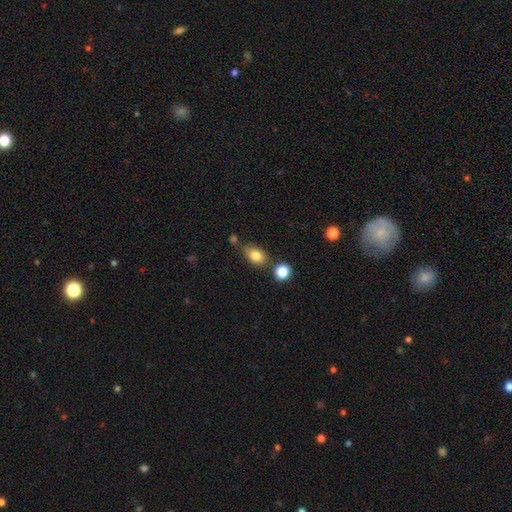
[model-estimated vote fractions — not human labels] smooth_or_featured: smooth (p=0.82) [alt: star or artifact p=0.09]
how_rounded: in between (p=0.82) [alt: round p=0.16]
merging: none (p=0.68) [alt: minor disturbance p=0.17]